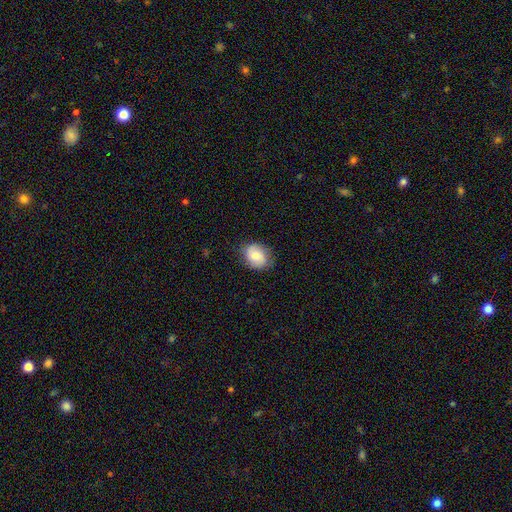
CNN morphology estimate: Smooth or featured?
  - smooth: 73% *
  - featured or disk: 20%
  - star or artifact: 7%
How rounded?
  - in between: 53% *
  - round: 46%
  - cigar-shaped: 1%
Merging?
  - none: 79% *
  - minor disturbance: 16%
  - major disturbance: 4%
  - merger: 1%